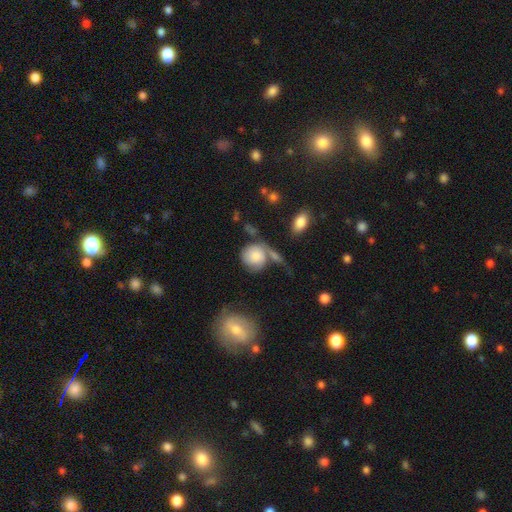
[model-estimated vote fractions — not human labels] smooth 63%, featured or disk 29%, star or artifact 7%. Down the decision tree: how rounded — round (80%); merging — none (36%).